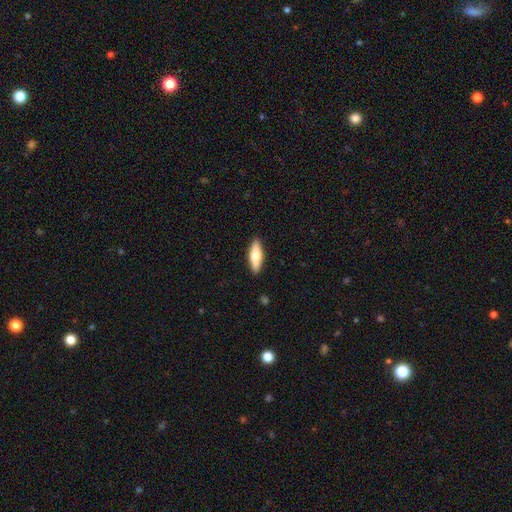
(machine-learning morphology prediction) Smooth or featured? smooth (65%)
How rounded? cigar-shaped (50%)
Merging? none (90%)